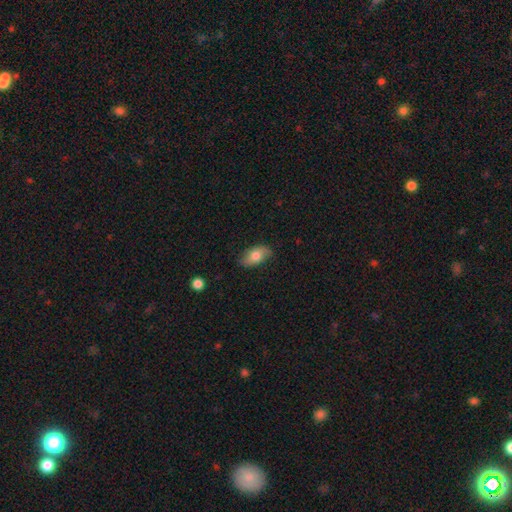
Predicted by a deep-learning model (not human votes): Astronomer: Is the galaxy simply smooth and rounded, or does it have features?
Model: smooth — 69%.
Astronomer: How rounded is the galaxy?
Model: in between — 91%.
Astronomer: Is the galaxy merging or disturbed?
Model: none — 79%.